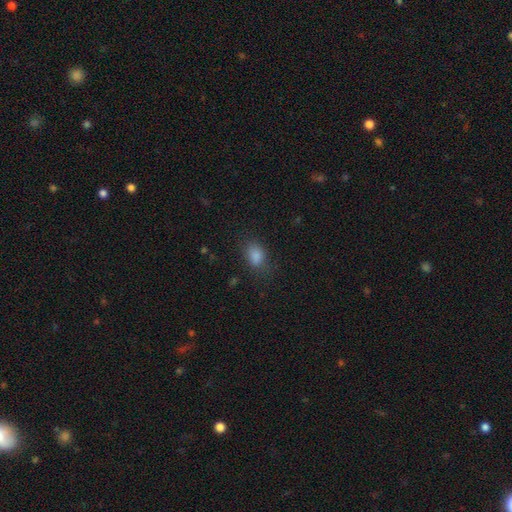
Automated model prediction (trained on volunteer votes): Smooth or featured? Predicted: smooth (p=0.82). How rounded? Predicted: in between (p=0.71). Merging? Predicted: none (p=0.75).